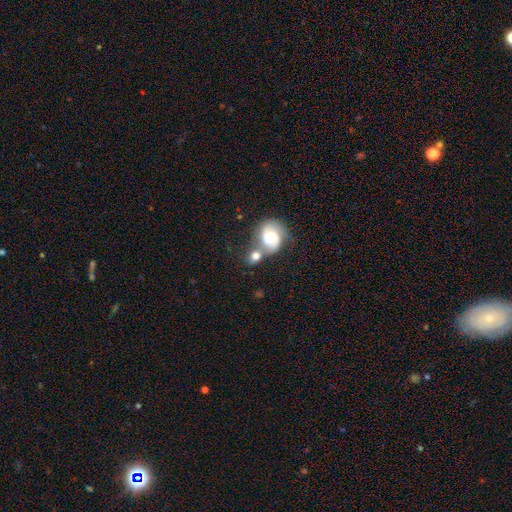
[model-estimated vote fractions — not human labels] Smooth or featured? smooth (48%)
Merging? merger (46%)